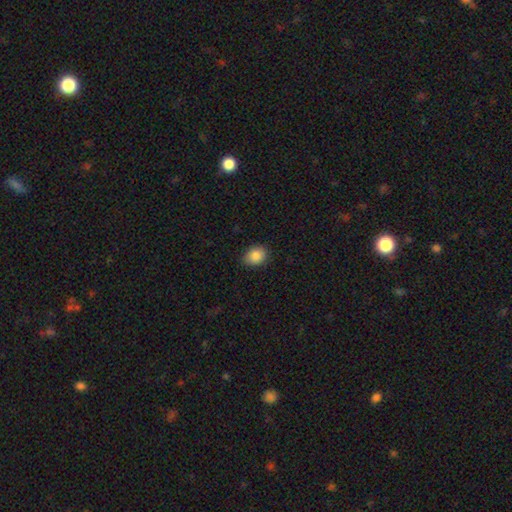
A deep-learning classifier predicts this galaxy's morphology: Overall: smooth (87%). How rounded: in between (56%; round 43%). Merging: none (83%).